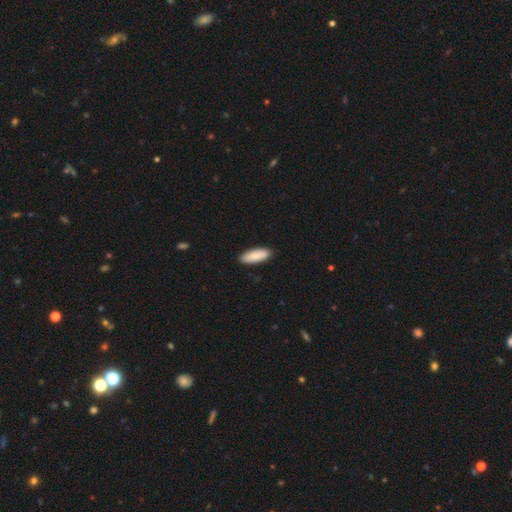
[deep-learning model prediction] The model was most divided on "how rounded": in between: 68%, cigar-shaped: 30%, round: 2%. More confident: merging — none (90%); smooth or featured — smooth (87%).